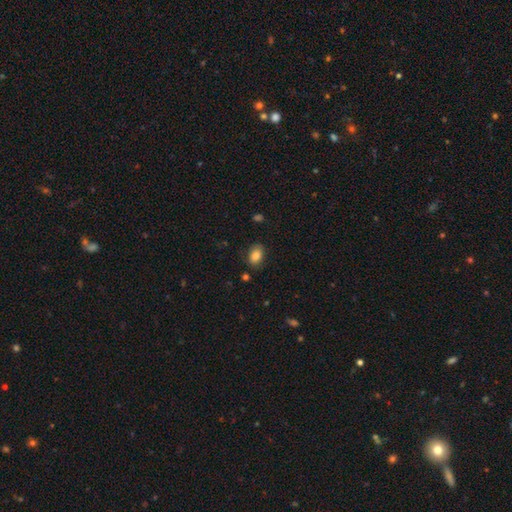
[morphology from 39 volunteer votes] smooth 85%, featured or disk 8%, star or artifact 8%. Down the decision tree: how rounded — in between (94%); merging — none (78%).